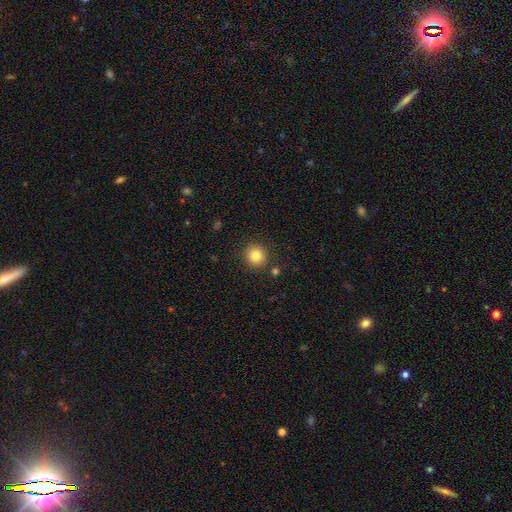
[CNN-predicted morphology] Smooth or featured? Predicted: smooth (p=0.83). How rounded? Predicted: round (p=0.93). Merging? Predicted: none (p=0.89).